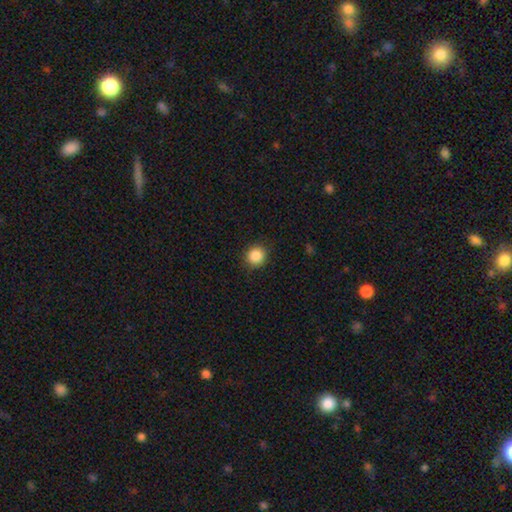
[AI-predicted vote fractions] smooth 87%, star or artifact 9%, featured or disk 3%. Down the decision tree: how rounded — round (88%); merging — none (89%).